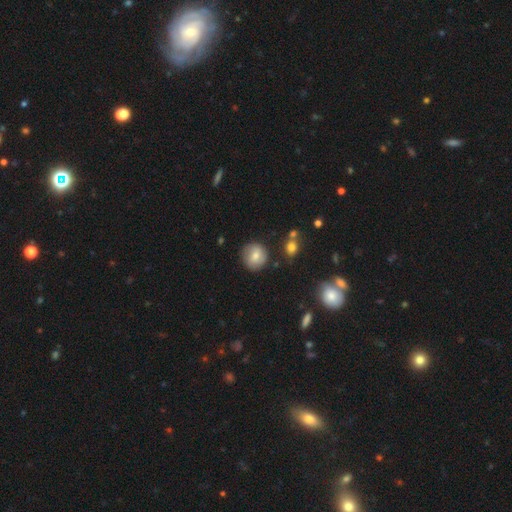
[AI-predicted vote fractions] Smooth or featured?
  - smooth: 71% *
  - featured or disk: 21%
  - star or artifact: 9%
How rounded?
  - round: 90% *
  - in between: 9%
  - cigar-shaped: 1%
Merging?
  - none: 80% *
  - minor disturbance: 14%
  - major disturbance: 4%
  - merger: 3%